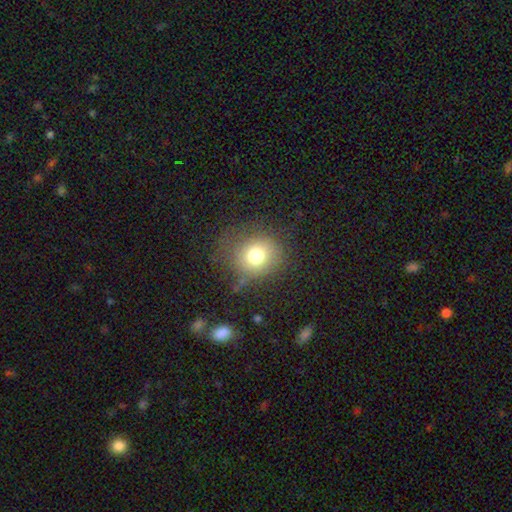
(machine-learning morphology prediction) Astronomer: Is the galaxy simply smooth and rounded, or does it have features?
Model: smooth — 74%.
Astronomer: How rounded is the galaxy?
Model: round — 83%.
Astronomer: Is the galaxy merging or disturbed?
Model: none — 74%.